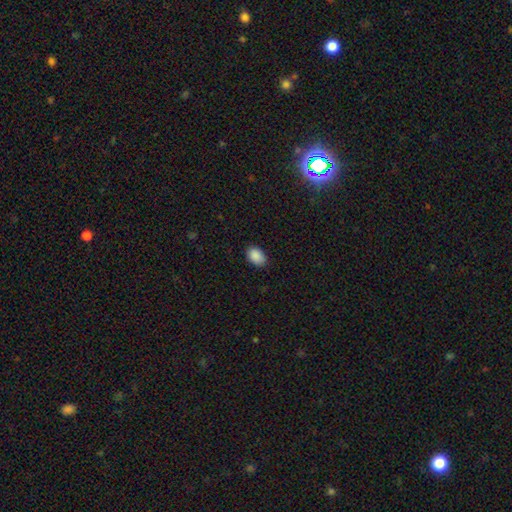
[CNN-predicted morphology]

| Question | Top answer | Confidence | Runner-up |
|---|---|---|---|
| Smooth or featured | smooth | 89% | star or artifact (8%) |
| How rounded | in between | 83% | round (16%) |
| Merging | none | 84% | minor disturbance (12%) |